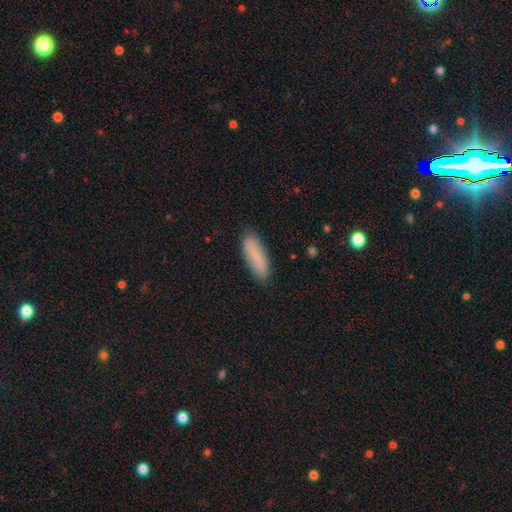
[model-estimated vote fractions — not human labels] Morphology: type=smooth (82%); roundness=cigar-shaped (52%); merging=none (83%).